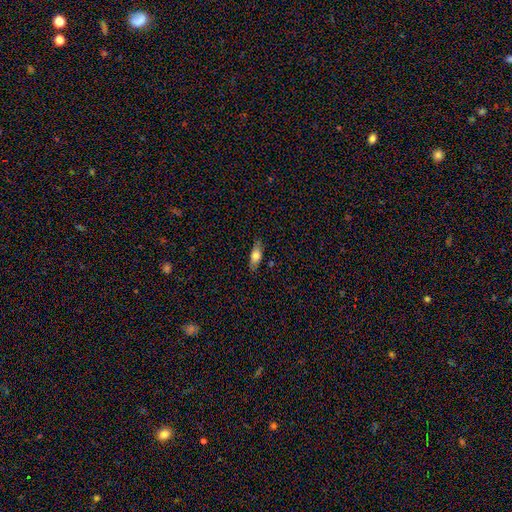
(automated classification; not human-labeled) Morphology: type=smooth (68%); roundness=in between (70%); merging=none (85%).